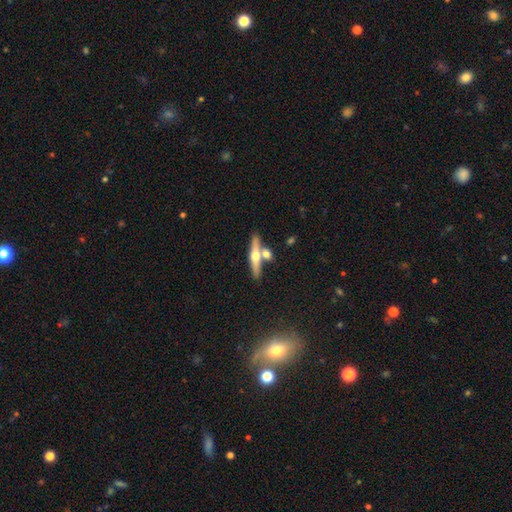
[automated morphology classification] featured or disk 60%, smooth 34%, star or artifact 6%. Down the decision tree: edge-on disk — yes (93%); edge-on bulge — rounded (94%); merging — none (65%).